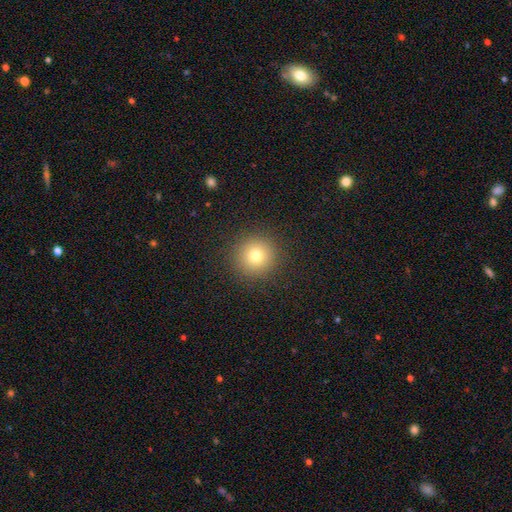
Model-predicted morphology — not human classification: type=smooth (77%); roundness=round (94%); merging=none (91%).